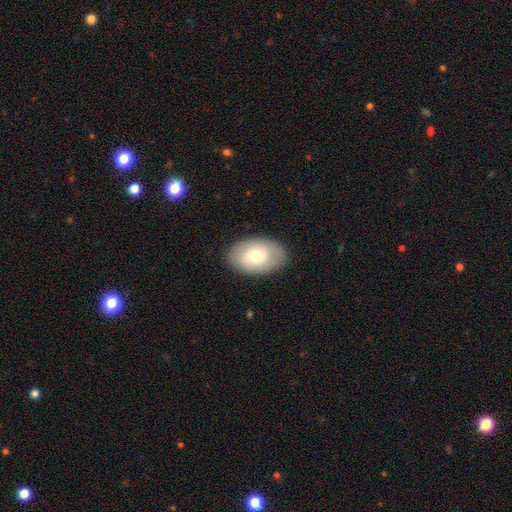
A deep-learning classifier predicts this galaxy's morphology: Smooth or featured: smooth — 52% (featured or disk — 42%)
How rounded: in between — 89% (round — 9%)
Merging: none — 86% (minor disturbance — 10%)